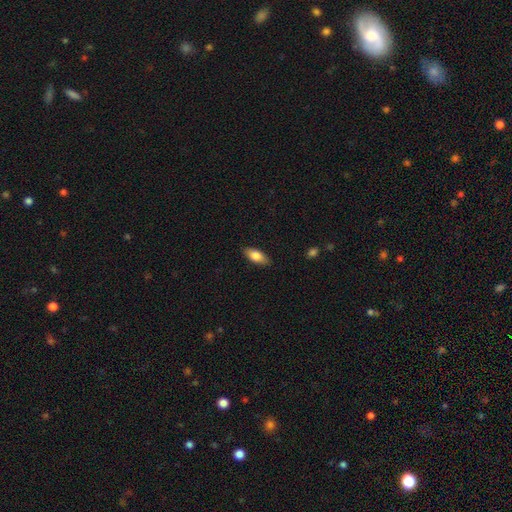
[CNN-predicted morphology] This is likely a smooth galaxy (79%). How rounded: clearly in between (84%). Merging: clearly none (86%).